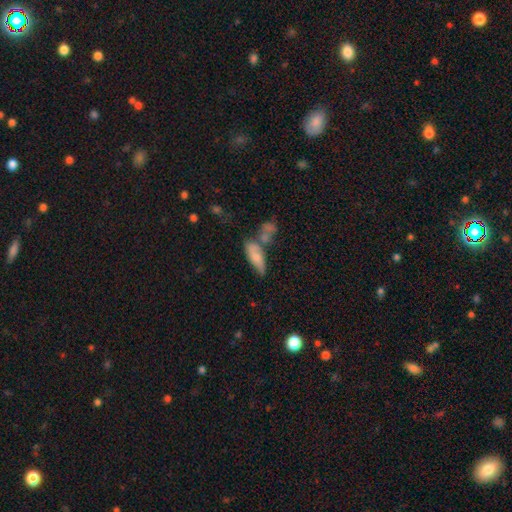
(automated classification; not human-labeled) Smooth or featured? Predicted: smooth (p=0.65). How rounded? Predicted: in between (p=0.70). Merging? Predicted: merger (p=0.38).